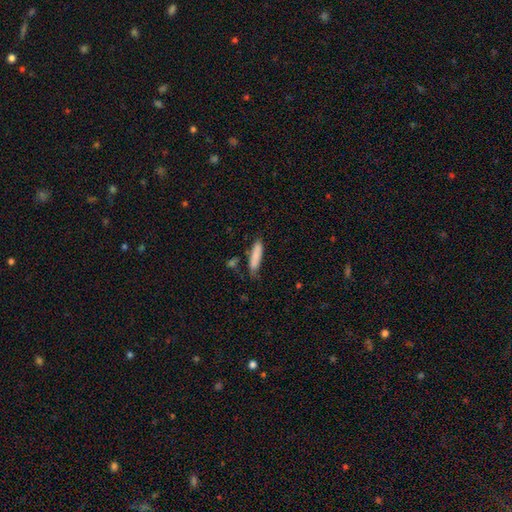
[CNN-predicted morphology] smooth_or_featured: smooth (p=0.85) [alt: featured or disk p=0.09]
how_rounded: cigar-shaped (p=0.75) [alt: in between p=0.24]
merging: none (p=0.68) [alt: minor disturbance p=0.21]